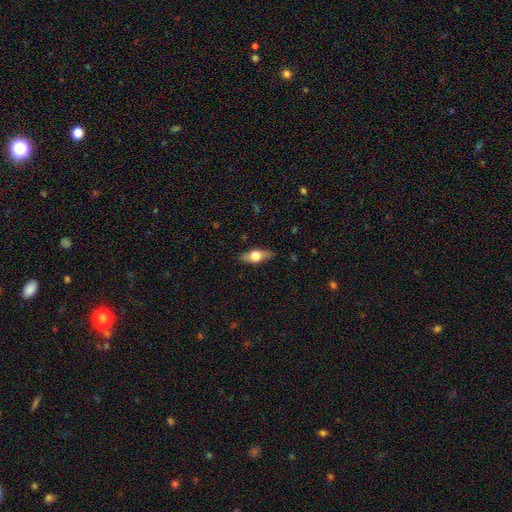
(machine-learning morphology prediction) Smooth or featured?
  - smooth: 52% *
  - featured or disk: 42%
  - star or artifact: 6%
How rounded?
  - in between: 68% *
  - cigar-shaped: 27%
  - round: 6%
Merging?
  - none: 85% *
  - minor disturbance: 11%
  - major disturbance: 3%
  - merger: 1%